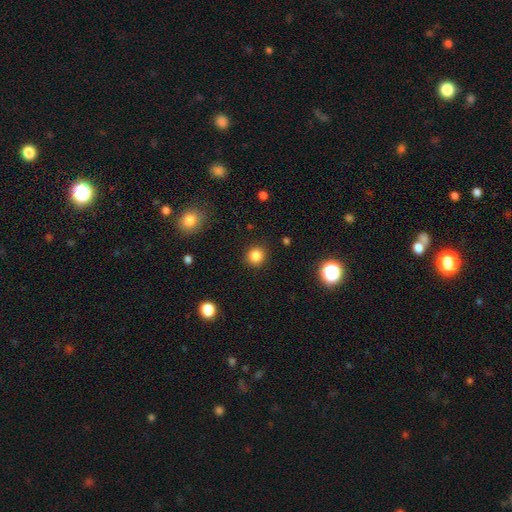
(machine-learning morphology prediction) This appears to be a smooth galaxy with no disk features (84%) that is round (89%). Merging: none (90%).